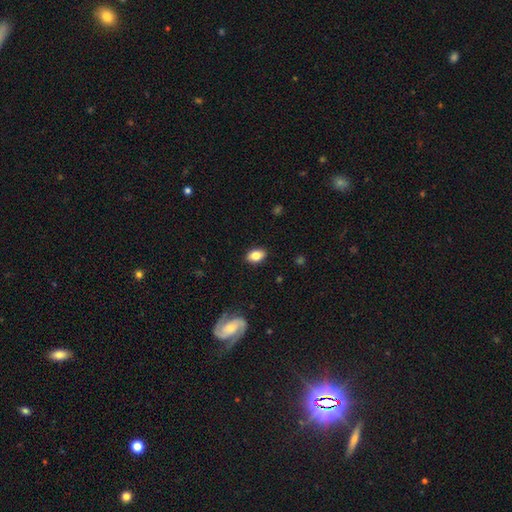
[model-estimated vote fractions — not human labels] Smooth or featured: smooth — 81% (featured or disk — 11%)
How rounded: in between — 85% (round — 14%)
Merging: none — 87% (minor disturbance — 9%)